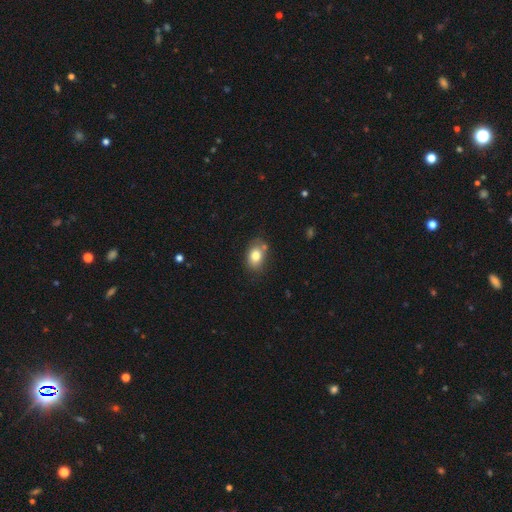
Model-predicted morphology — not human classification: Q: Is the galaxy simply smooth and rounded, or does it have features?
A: smooth — 80%.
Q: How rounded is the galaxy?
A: in between — 74%.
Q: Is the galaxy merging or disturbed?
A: none — 66%.